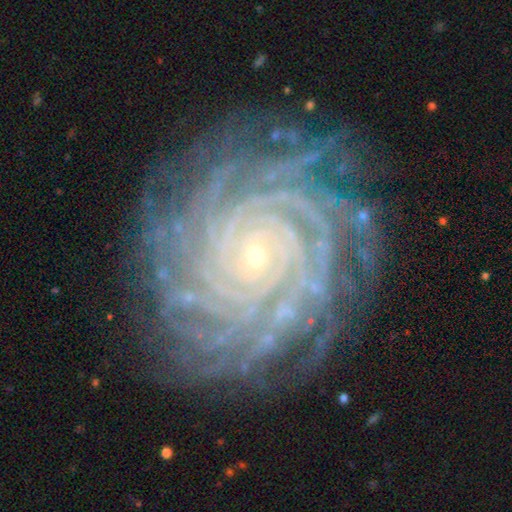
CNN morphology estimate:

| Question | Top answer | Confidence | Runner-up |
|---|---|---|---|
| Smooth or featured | featured or disk | 91% | star or artifact (6%) |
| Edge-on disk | no | 98% | yes (2%) |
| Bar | no | 79% | weak (14%) |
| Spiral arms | yes | 99% | no (1%) |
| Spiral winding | tight | 90% | medium (9%) |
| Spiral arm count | more than 4 | 44% | 4 (17%) |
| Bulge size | small | 88% | moderate (9%) |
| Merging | none | 85% | minor disturbance (10%) |